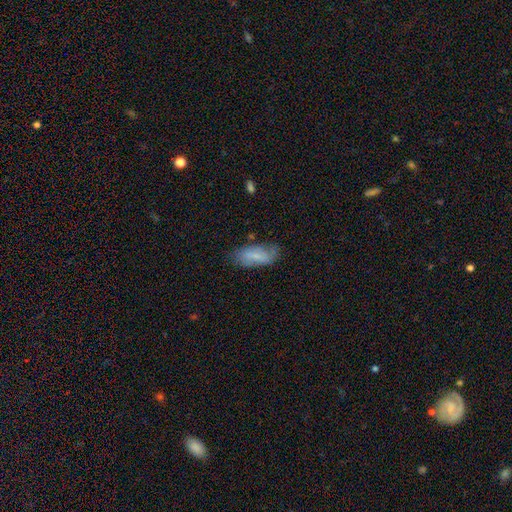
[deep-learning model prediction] Smooth or featured?
  - smooth: 62% *
  - featured or disk: 30%
  - star or artifact: 8%
How rounded?
  - in between: 84% *
  - cigar-shaped: 13%
  - round: 3%
Merging?
  - none: 67% *
  - minor disturbance: 24%
  - major disturbance: 6%
  - merger: 2%